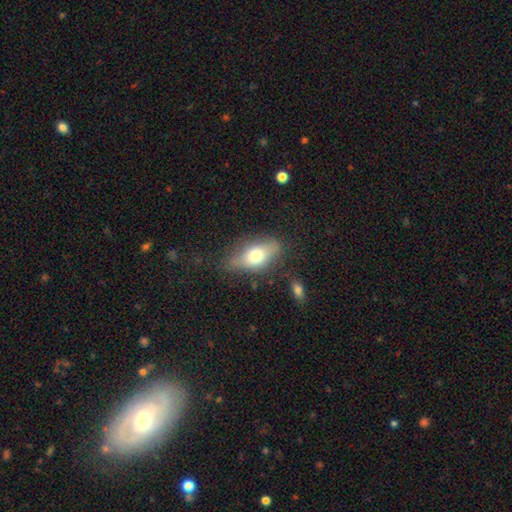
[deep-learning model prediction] Overall: smooth (65%; featured or disk 27%). How rounded: in between (83%). Merging: none (62%; minor disturbance 25%).